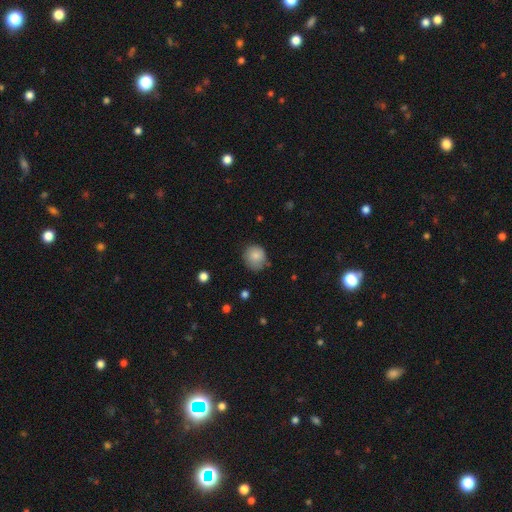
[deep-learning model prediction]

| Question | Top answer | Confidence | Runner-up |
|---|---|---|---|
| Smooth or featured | smooth | 84% | star or artifact (8%) |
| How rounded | round | 82% | in between (17%) |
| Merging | none | 71% | minor disturbance (22%) |